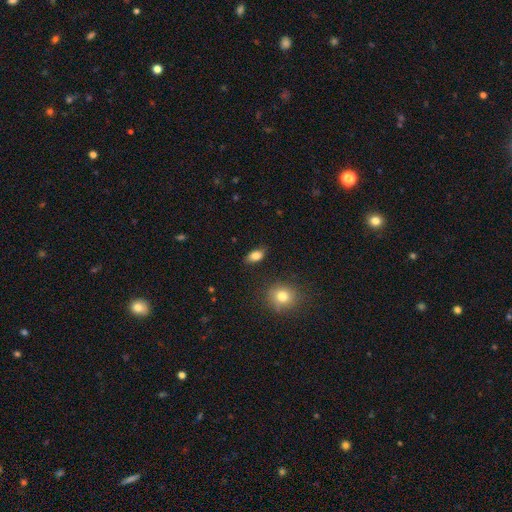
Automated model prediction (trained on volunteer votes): Morphology: type=smooth (83%); roundness=in between (87%); merging=none (83%).